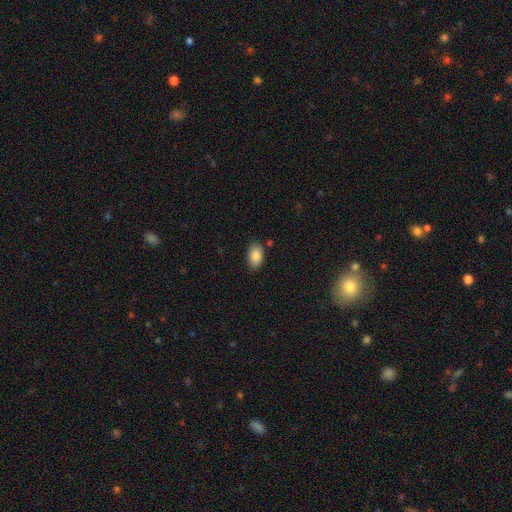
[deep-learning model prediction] smooth_or_featured: smooth (p=0.87) [alt: star or artifact p=0.07]
how_rounded: in between (p=0.92) [alt: round p=0.07]
merging: none (p=0.80) [alt: minor disturbance p=0.14]